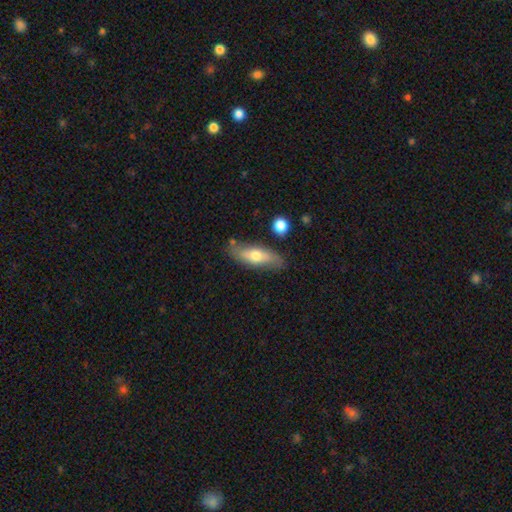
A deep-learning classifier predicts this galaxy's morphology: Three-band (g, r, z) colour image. It shows a smooth galaxy with no disk features (56%) that is in between round and cigar-shaped (58%). Merging: none (72%).